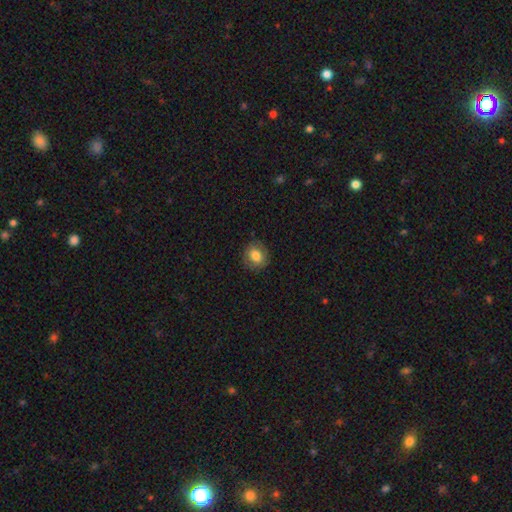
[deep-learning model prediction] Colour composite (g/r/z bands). It shows a smooth galaxy with no disk features (79%) that is round (67%). Merging: none (84%).